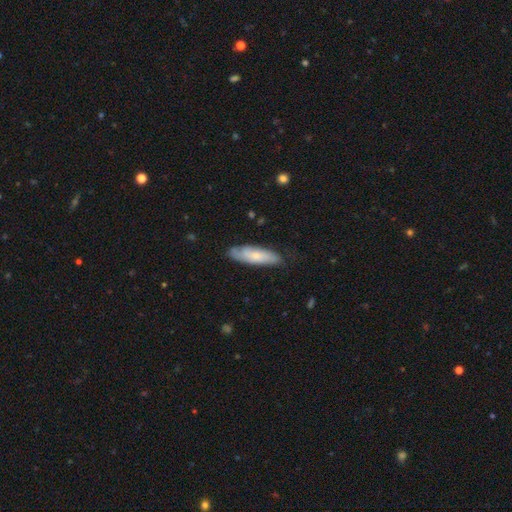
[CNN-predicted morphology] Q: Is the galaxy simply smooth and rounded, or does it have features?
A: smooth — 55%.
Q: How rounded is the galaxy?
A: cigar-shaped — 53%.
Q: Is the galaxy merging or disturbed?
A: none — 76%.